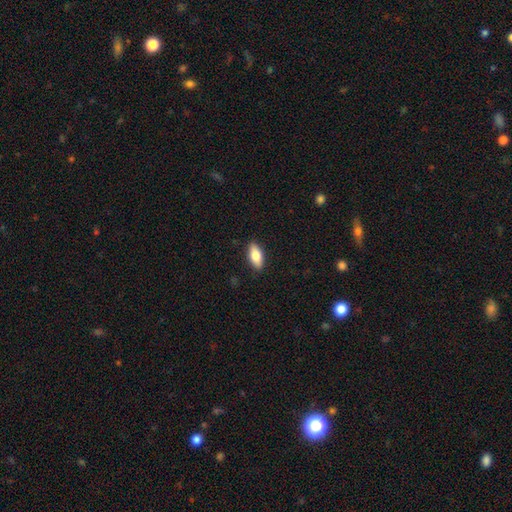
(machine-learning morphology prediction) smooth_or_featured: smooth (p=0.77) [alt: featured or disk p=0.16]
how_rounded: in between (p=0.85) [alt: cigar-shaped p=0.12]
merging: none (p=0.89) [alt: minor disturbance p=0.08]